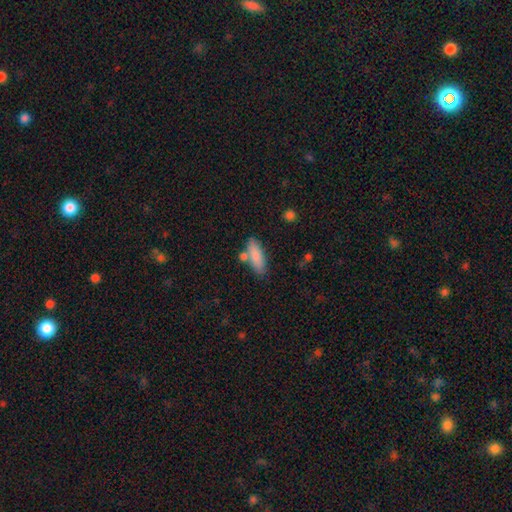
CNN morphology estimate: This appears to be a smooth galaxy with no disk features (85%) that is in between round and cigar-shaped (61%). Merging: none (69%).